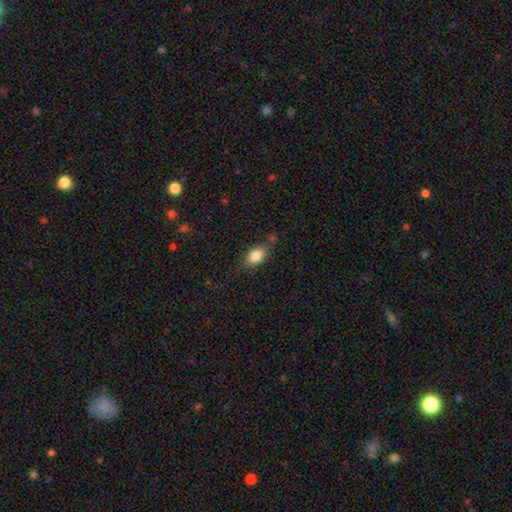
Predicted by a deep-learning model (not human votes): smooth 81%, featured or disk 11%, star or artifact 8%. Down the decision tree: how rounded — in between (83%); merging — none (65%).